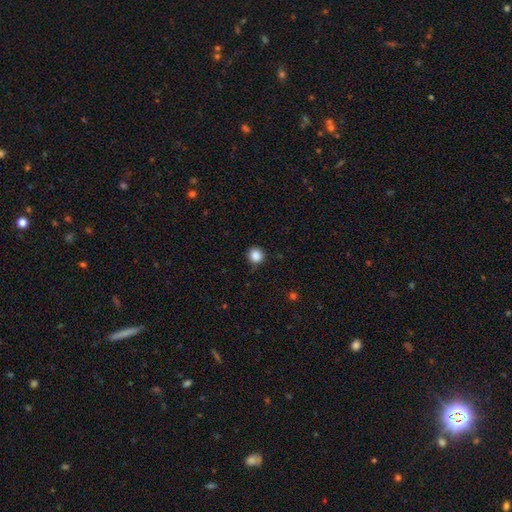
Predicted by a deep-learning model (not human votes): smooth 87%, star or artifact 11%, featured or disk 3%. Down the decision tree: how rounded — round (92%); merging — none (85%).